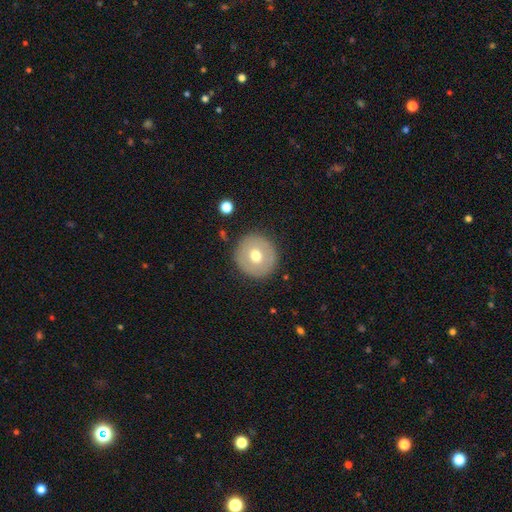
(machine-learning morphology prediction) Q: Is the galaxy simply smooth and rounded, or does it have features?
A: smooth — 63%.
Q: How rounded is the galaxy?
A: round — 94%.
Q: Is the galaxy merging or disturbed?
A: none — 88%.